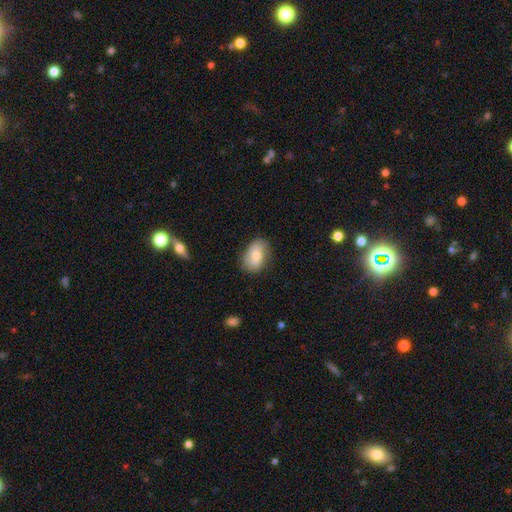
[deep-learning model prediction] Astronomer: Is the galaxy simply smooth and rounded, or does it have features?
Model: smooth — 67%.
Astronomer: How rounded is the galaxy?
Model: in between — 84%.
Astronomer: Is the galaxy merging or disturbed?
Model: none — 68%.